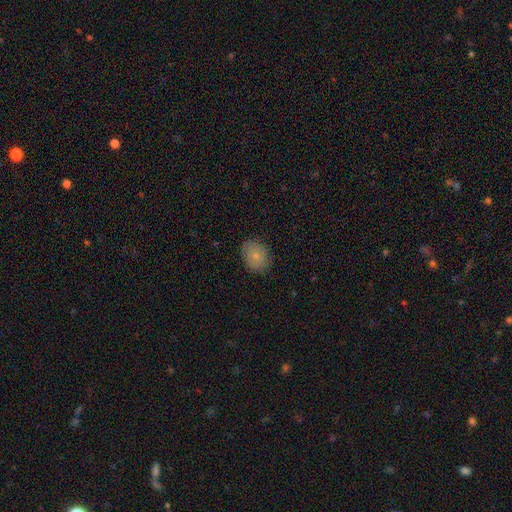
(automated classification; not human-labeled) A smooth galaxy with no disk features (79%) that is in between round and cigar-shaped (51%). Merging: none (82%).